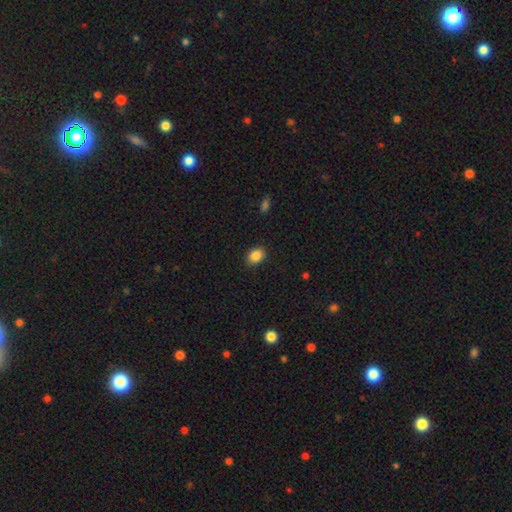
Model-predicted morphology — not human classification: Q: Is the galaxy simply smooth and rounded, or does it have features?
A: smooth — 87%.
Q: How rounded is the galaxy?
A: in between — 65%.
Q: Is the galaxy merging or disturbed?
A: none — 88%.